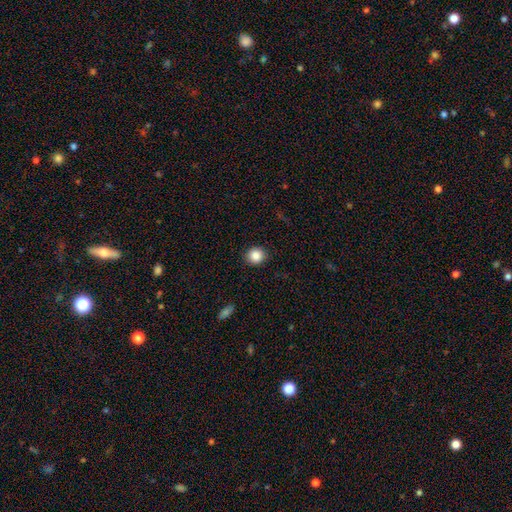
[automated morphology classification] Q: Smooth or featured?
A: smooth (86%); runner-up: star or artifact (9%)
Q: How rounded?
A: round (85%); runner-up: in between (14%)
Q: Merging?
A: none (91%); runner-up: minor disturbance (6%)